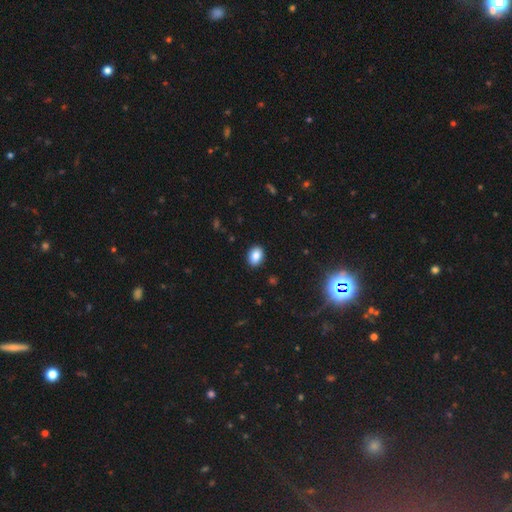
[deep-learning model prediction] A smooth galaxy with no disk features (87%) that is in between round and cigar-shaped (78%).

Vote fractions:
- Smooth or featured? smooth: 87% / star or artifact: 9% / featured or disk: 5%
- How rounded? in between: 78% / round: 21% / cigar-shaped: 1%
- Merging? none: 90% / minor disturbance: 7% / major disturbance: 2% / merger: 1%